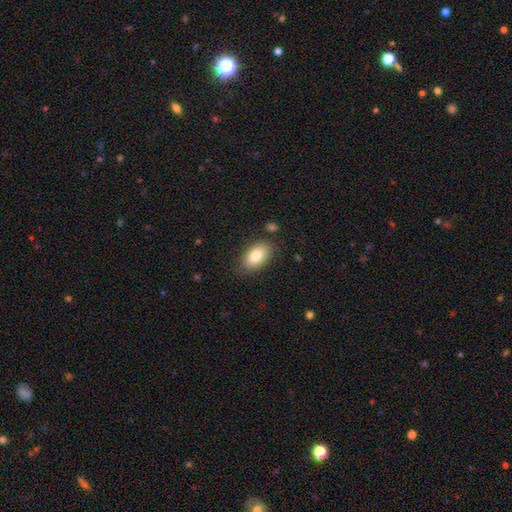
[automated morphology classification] This is clearly a smooth galaxy (82%). How rounded: clearly in between (91%). Merging: clearly none (81%).